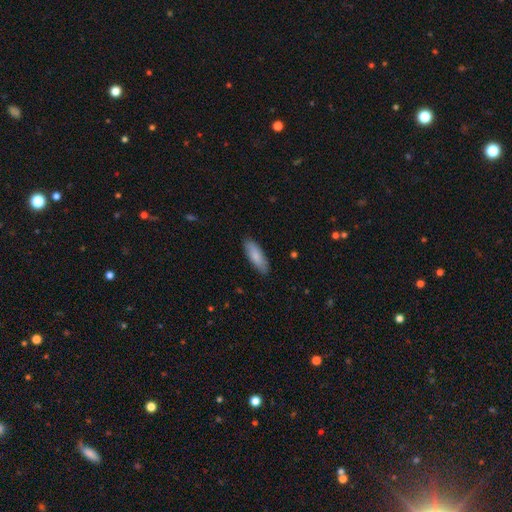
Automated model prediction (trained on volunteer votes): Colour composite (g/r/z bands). It shows a smooth galaxy with no disk features (83%) that is in between round and cigar-shaped (58%). Merging: none (86%).